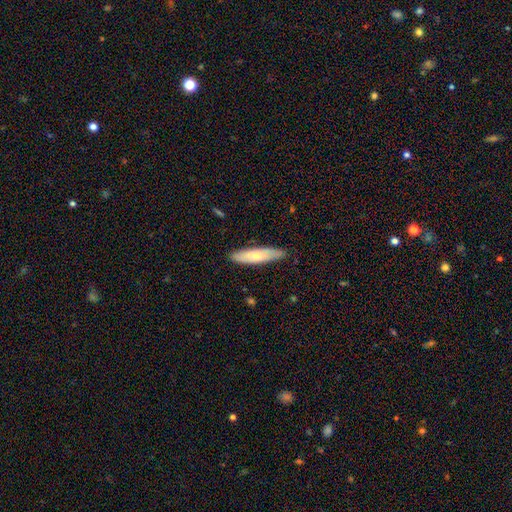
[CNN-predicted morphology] A smooth galaxy with no disk features (67%) that is cigar-shaped (75%). Merging: none (83%).